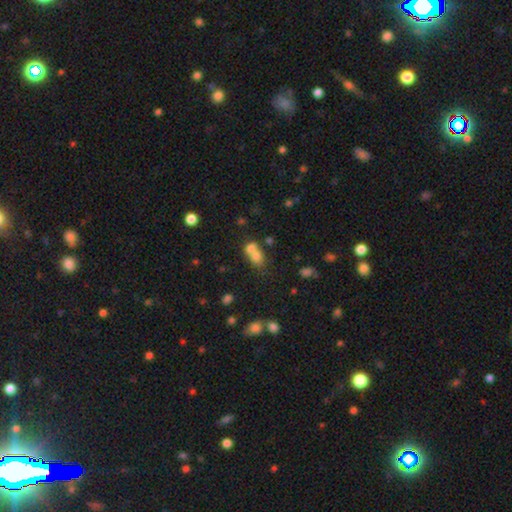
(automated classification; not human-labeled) smooth_or_featured: smooth (p=0.69) [alt: featured or disk p=0.17]
how_rounded: round (p=0.53) [alt: in between p=0.45]
merging: merger (p=0.64) [alt: none p=0.26]